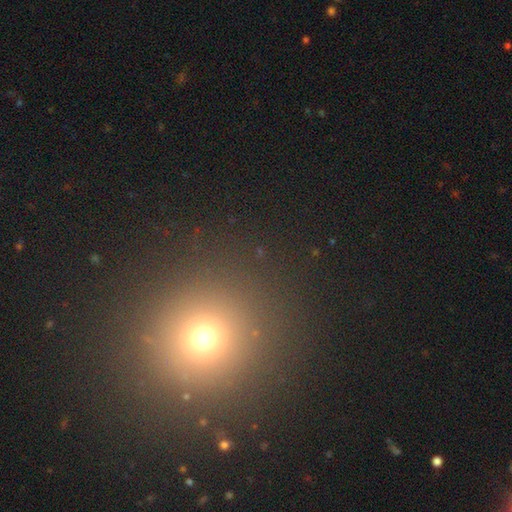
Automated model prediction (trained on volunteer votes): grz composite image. It shows a smooth galaxy with no disk features (63%) that is round (93%). Merging: none (91%).